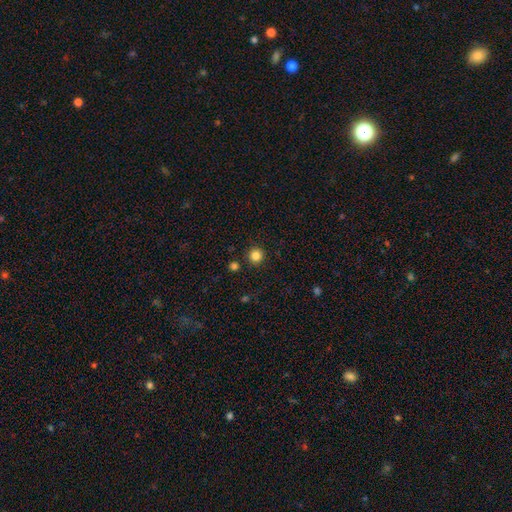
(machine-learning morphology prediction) This appears to be a smooth galaxy with no disk features (83%) that is round (95%). Merging: none (90%).